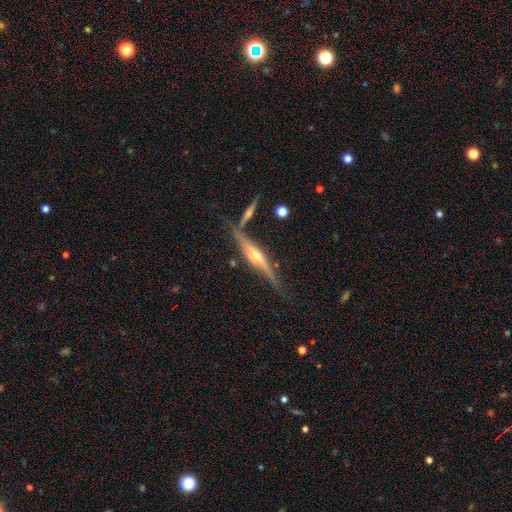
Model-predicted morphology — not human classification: This appears to be a featured or disk galaxy (83%) viewed edge-on (96%) with a rounded central bulge (88%). Merging: none (70%).